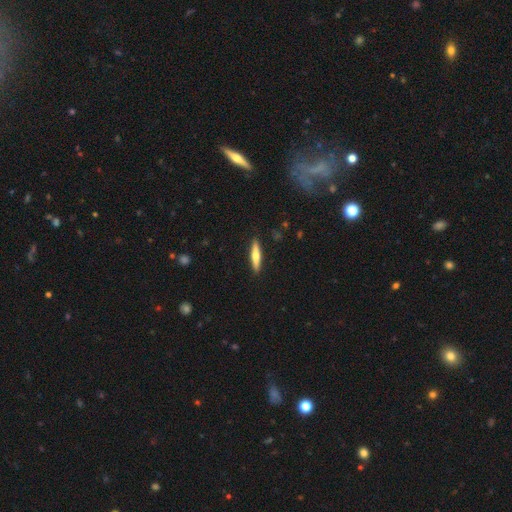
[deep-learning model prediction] This is possibly a smooth galaxy (53%). How rounded: clearly cigar-shaped (85%). Merging: clearly none (91%).